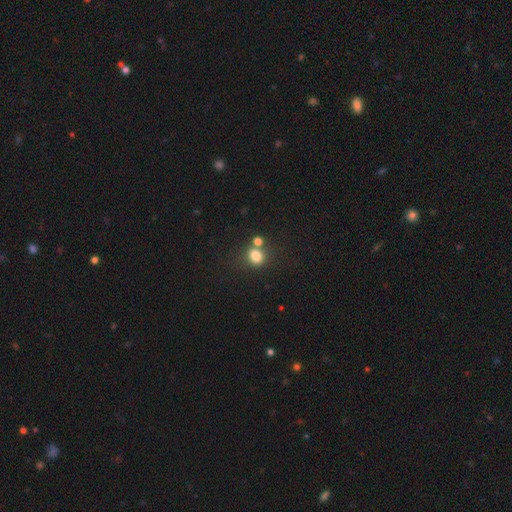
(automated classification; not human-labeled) Smooth or featured: smooth — 79% (star or artifact — 13%)
How rounded: round — 61% (in between — 38%)
Merging: none — 57% (merger — 27%)